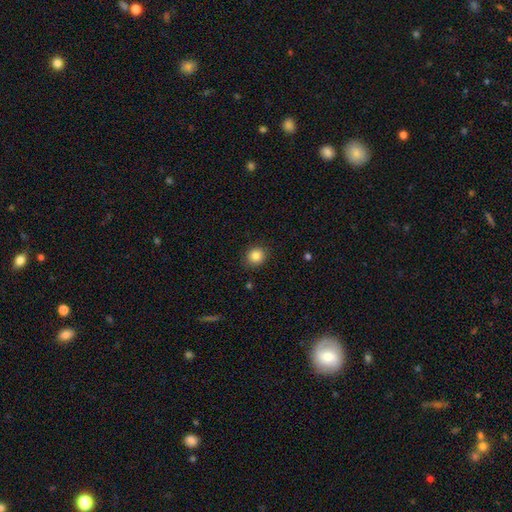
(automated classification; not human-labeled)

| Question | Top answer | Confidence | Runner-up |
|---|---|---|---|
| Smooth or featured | smooth | 85% | star or artifact (10%) |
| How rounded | round | 83% | in between (16%) |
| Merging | none | 87% | minor disturbance (9%) |